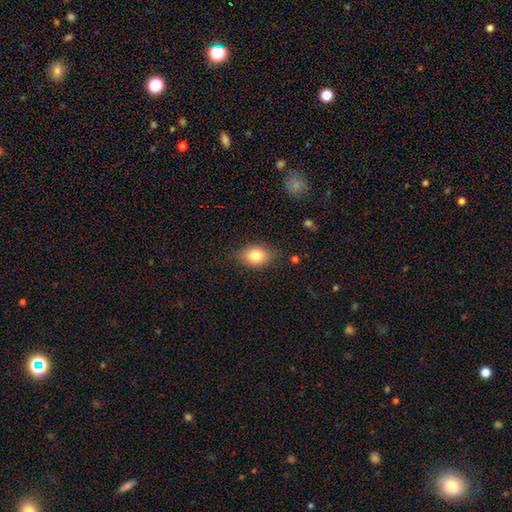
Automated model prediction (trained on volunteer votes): A smooth galaxy with no disk features (82%) that is in between round and cigar-shaped (73%).

Vote fractions:
- Smooth or featured? smooth: 82% / featured or disk: 10% / star or artifact: 9%
- How rounded? in between: 73% / round: 25% / cigar-shaped: 1%
- Merging? none: 80% / minor disturbance: 15% / major disturbance: 3% / merger: 1%